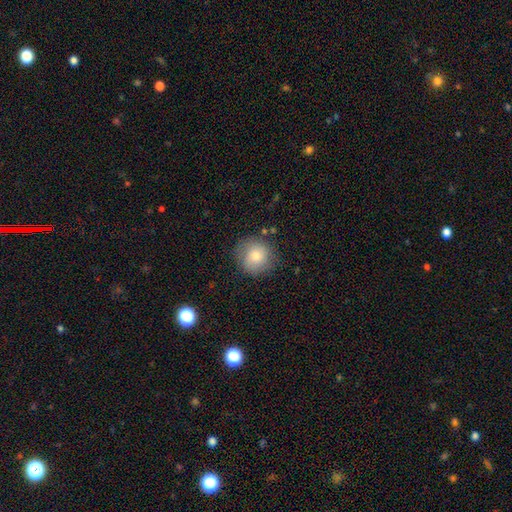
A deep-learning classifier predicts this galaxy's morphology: Smooth or featured?
  - smooth: 74% *
  - featured or disk: 16%
  - star or artifact: 10%
How rounded?
  - round: 91% *
  - in between: 8%
  - cigar-shaped: 1%
Merging?
  - none: 77% *
  - minor disturbance: 17%
  - major disturbance: 5%
  - merger: 2%